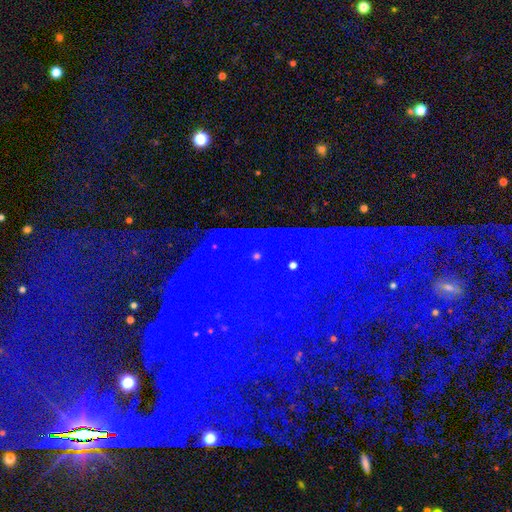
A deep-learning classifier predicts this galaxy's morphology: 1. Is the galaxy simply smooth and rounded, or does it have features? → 84% star or artifact, 9% featured or disk, 7% smooth.